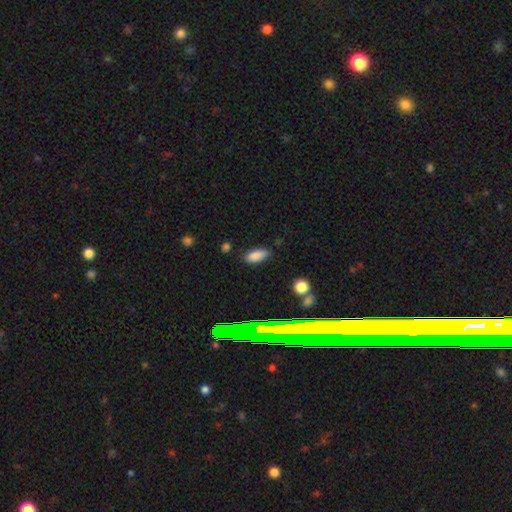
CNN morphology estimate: Q: Smooth or featured?
A: smooth (83%); runner-up: star or artifact (11%)
Q: How rounded?
A: in between (83%); runner-up: cigar-shaped (14%)
Q: Merging?
A: none (77%); runner-up: minor disturbance (17%)